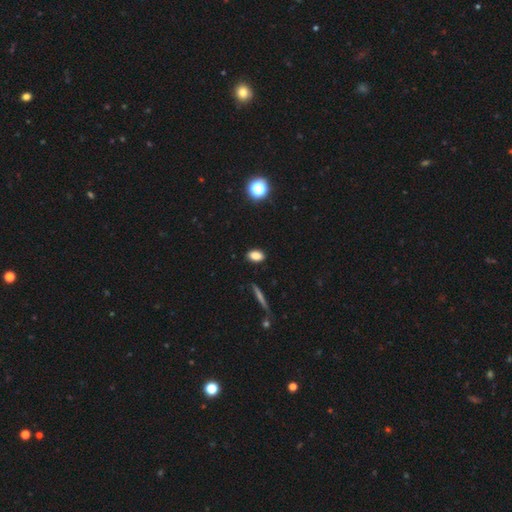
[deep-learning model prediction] smooth-or-featured: smooth: 83% | star or artifact: 11% | featured or disk: 6%
  how-rounded: in between: 84% | round: 12% | cigar-shaped: 4%
  merging: none: 88% | minor disturbance: 8% | major disturbance: 2% | merger: 1%